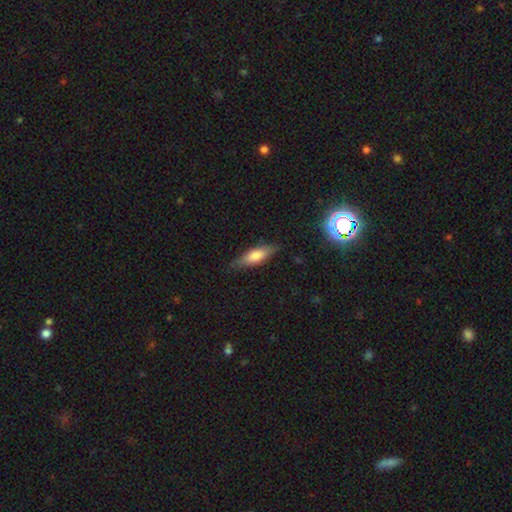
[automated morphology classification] Smooth or featured?
  - smooth: 65% *
  - featured or disk: 28%
  - star or artifact: 7%
How rounded?
  - cigar-shaped: 51% *
  - in between: 47%
  - round: 2%
Merging?
  - none: 81% *
  - minor disturbance: 15%
  - major disturbance: 3%
  - merger: 1%